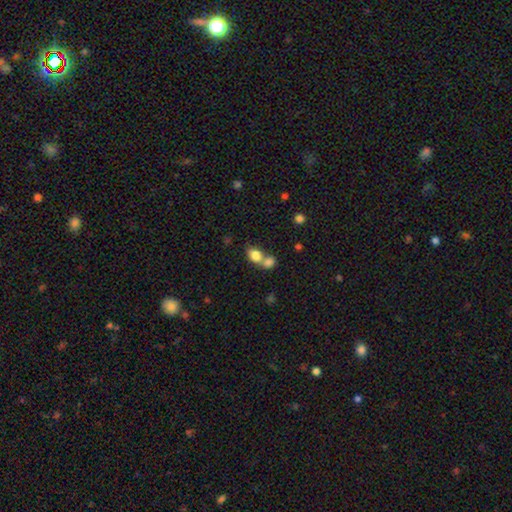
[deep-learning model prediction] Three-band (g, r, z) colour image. It shows a smooth galaxy with no disk features (81%) that is in between round and cigar-shaped (70%). Merging: merger (61%).